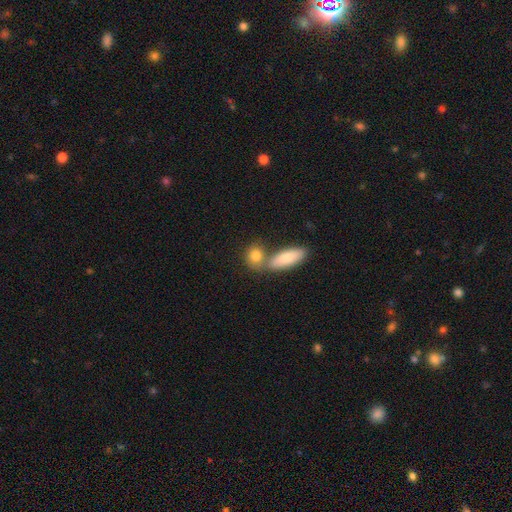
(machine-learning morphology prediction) type=smooth (82%); roundness=in between (46%); merging=none (50%).